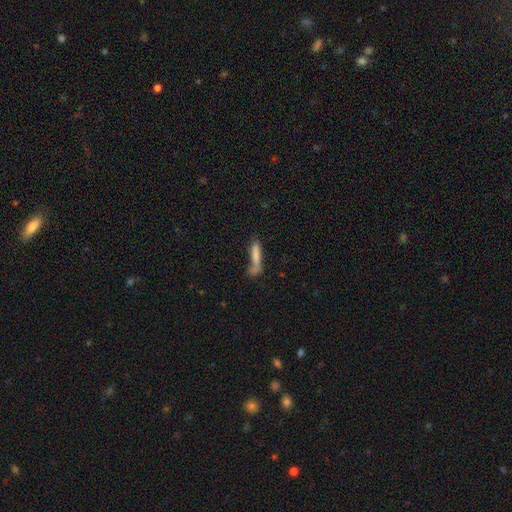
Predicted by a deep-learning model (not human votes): smooth 74%, featured or disk 18%, star or artifact 8%. Down the decision tree: how rounded — cigar-shaped (86%); merging — none (48%).